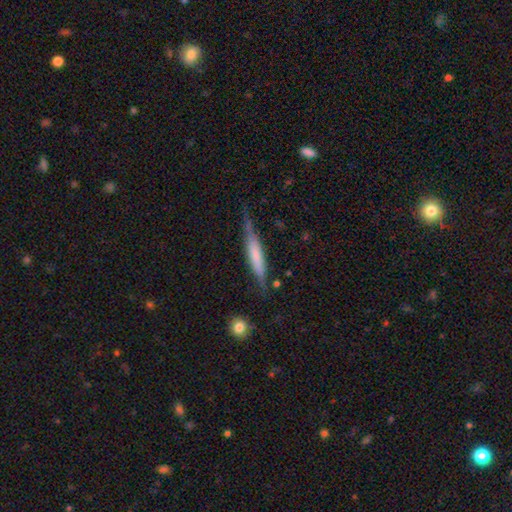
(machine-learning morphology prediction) This is possibly a featured or disk galaxy (48%). Merging: likely none (66%).